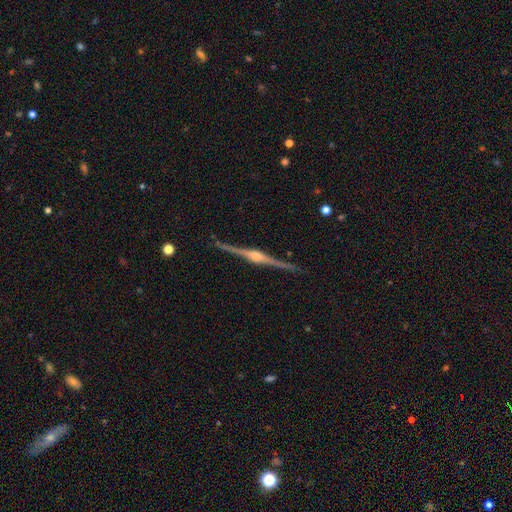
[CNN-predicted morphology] smooth-or-featured: featured or disk: 90% | smooth: 5% | star or artifact: 5%
  disk-edge-on: yes: 99% | no: 1%
    edge-on-bulge: rounded: 86% | boxy: 11% | none: 3%
  merging: none: 91% | minor disturbance: 6% | major disturbance: 1% | merger: 1%